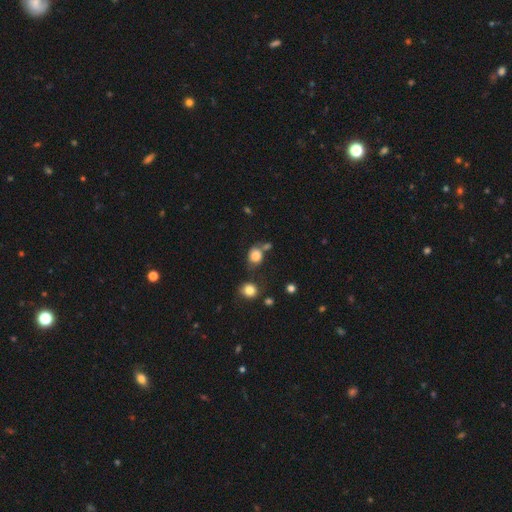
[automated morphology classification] smooth 81%, star or artifact 12%, featured or disk 7%. Down the decision tree: how rounded — round (64%); merging — none (57%).